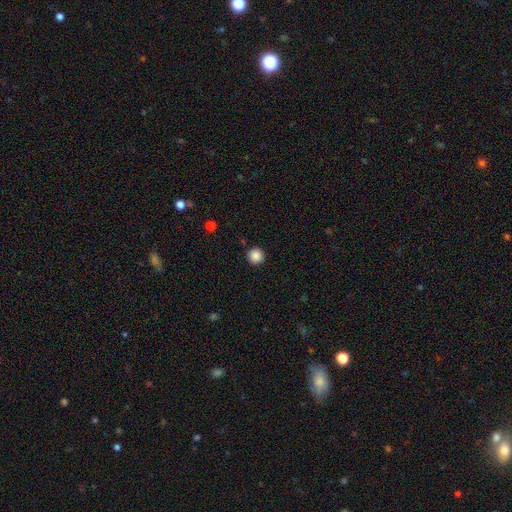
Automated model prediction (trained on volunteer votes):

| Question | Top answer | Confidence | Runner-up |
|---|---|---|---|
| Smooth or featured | smooth | 87% | star or artifact (10%) |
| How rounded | round | 95% | in between (4%) |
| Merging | none | 91% | minor disturbance (5%) |